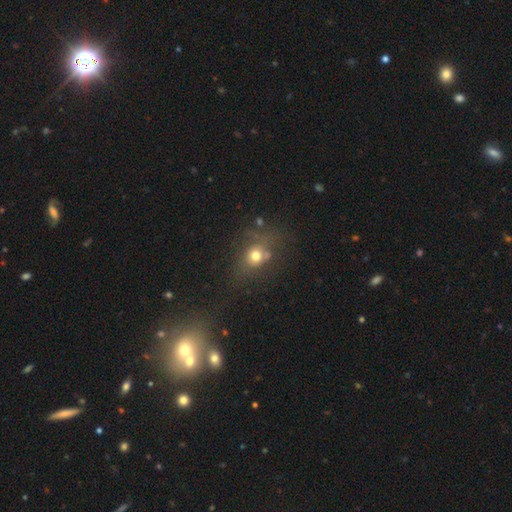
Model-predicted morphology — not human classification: smooth-or-featured: smooth: 67% | star or artifact: 17% | featured or disk: 16%
  how-rounded: round: 63% | in between: 35% | cigar-shaped: 2%
  merging: none: 56% | minor disturbance: 19% | major disturbance: 14% | merger: 11%